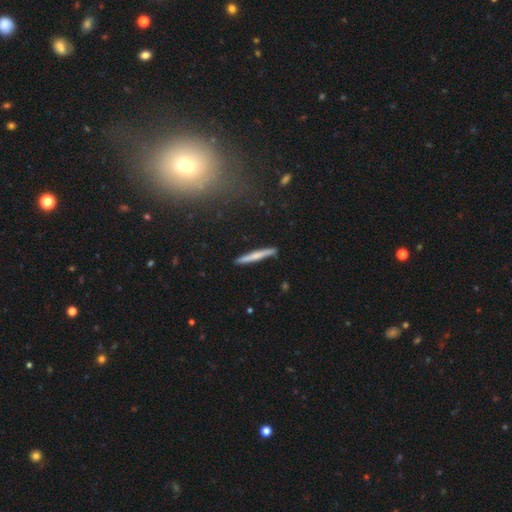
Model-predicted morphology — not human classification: This appears to be a smooth galaxy with no disk features (57%) that is cigar-shaped (96%). Merging: none (89%).